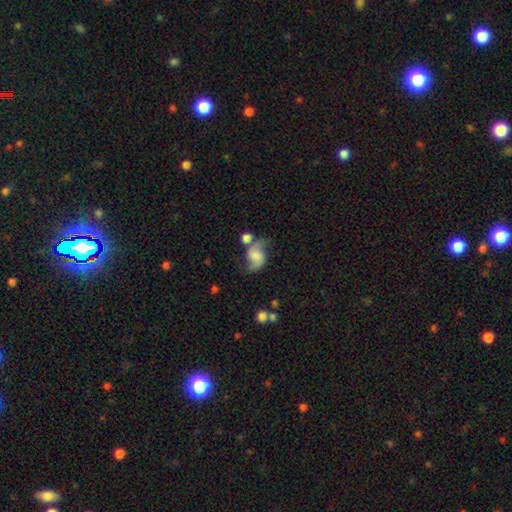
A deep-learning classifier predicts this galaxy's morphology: Smooth or featured: featured or disk — 69% (smooth — 22%)
Edge-on disk: no — 97% (yes — 3%)
Bar: no — 53% (weak — 37%)
Spiral arms: yes — 92% (no — 8%)
Spiral winding: loose — 59% (medium — 33%)
Spiral arm count: 2 — 91% (can't tell — 3%)
Bulge size: none — 35% (moderate — 23%)
Merging: none — 49% (minor disturbance — 21%)